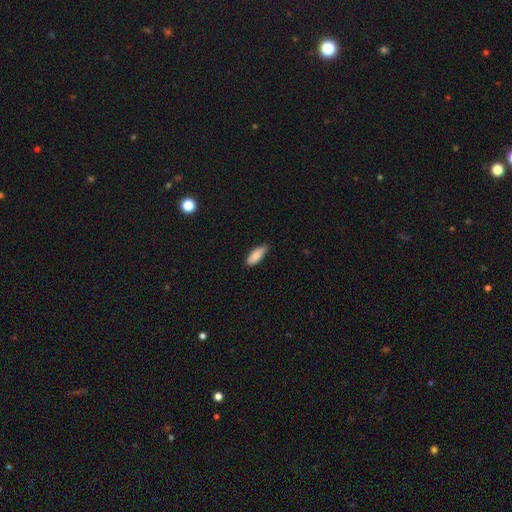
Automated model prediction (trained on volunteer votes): A smooth galaxy with no disk features (87%) that is in between round and cigar-shaped (74%).

Vote fractions:
- Smooth or featured? smooth: 87% / featured or disk: 7% / star or artifact: 6%
- How rounded? in between: 74% / cigar-shaped: 24% / round: 2%
- Merging? none: 78% / minor disturbance: 18% / major disturbance: 2% / merger: 1%